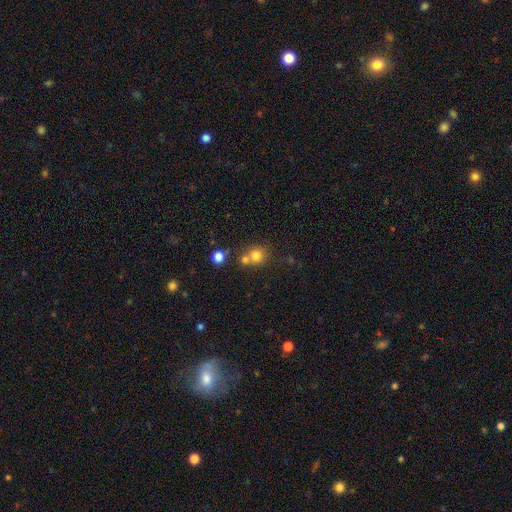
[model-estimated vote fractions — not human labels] Smooth or featured? Predicted: smooth (p=0.77). How rounded? Predicted: round (p=0.86). Merging? Predicted: none (p=0.53).